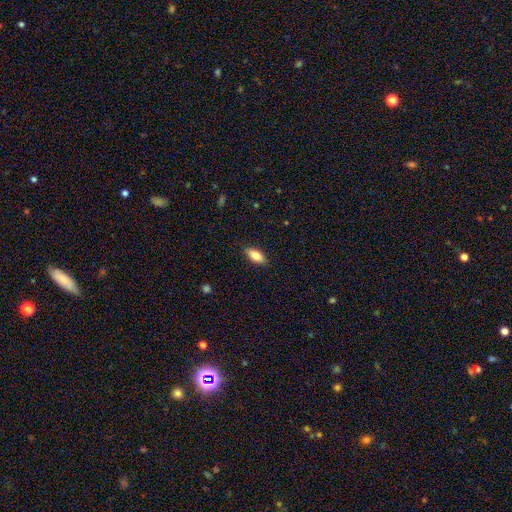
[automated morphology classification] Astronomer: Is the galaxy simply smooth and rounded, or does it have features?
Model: smooth — 78%.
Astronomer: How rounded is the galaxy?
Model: in between — 85%.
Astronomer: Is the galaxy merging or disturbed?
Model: none — 87%.